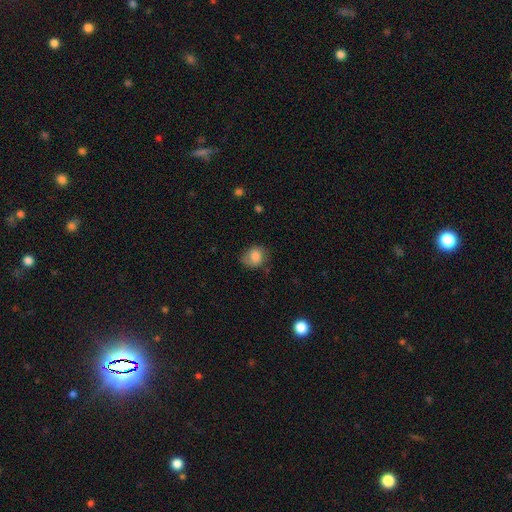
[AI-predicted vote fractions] Overall: smooth (80%). How rounded: round (60%; in between 39%). Merging: none (60%; minor disturbance 29%).